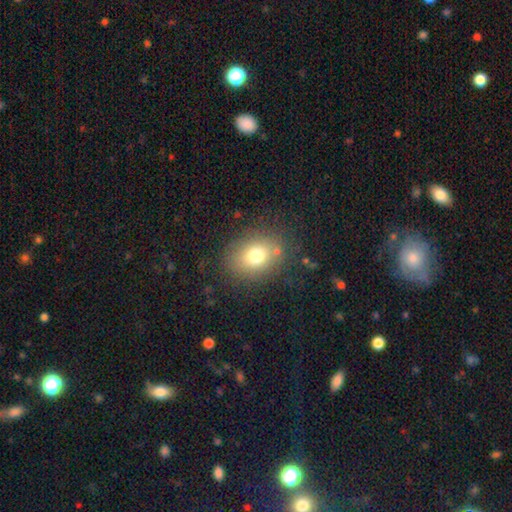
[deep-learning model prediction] Smooth or featured? smooth (75%)
How rounded? in between (56%)
Merging? none (78%)